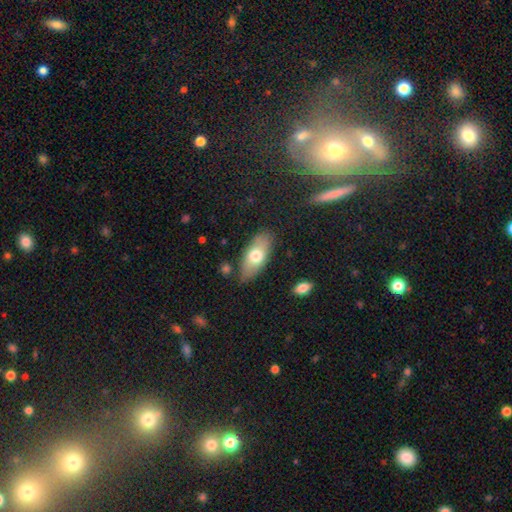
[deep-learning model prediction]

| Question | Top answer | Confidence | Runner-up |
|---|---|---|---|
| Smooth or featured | smooth | 68% | featured or disk (26%) |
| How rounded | in between | 84% | cigar-shaped (13%) |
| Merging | none | 80% | minor disturbance (14%) |